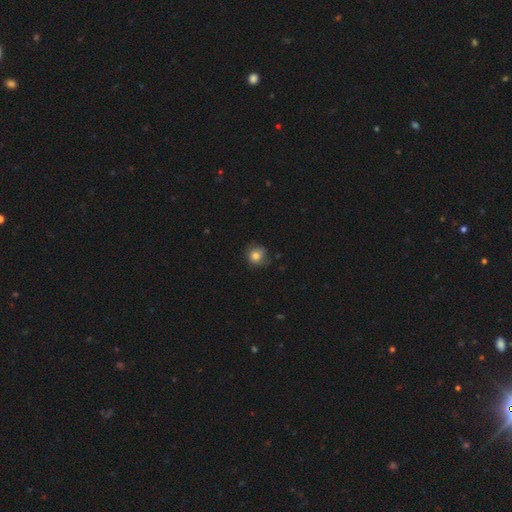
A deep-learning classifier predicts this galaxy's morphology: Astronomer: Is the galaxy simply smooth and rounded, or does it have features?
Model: smooth — 80%.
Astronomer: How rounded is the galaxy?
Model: round — 85%.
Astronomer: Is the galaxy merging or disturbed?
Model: none — 70%.